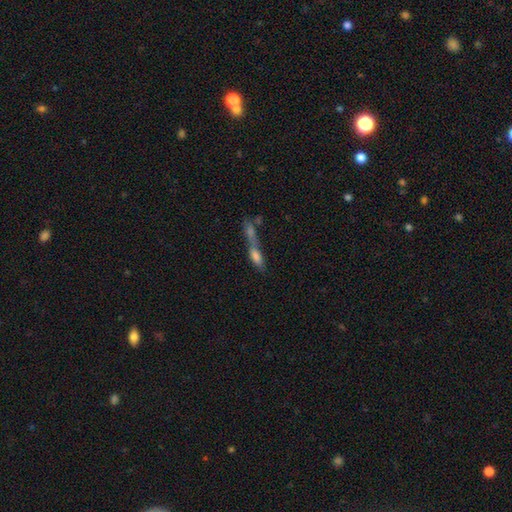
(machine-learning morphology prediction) smooth-or-featured: smooth: 59% | featured or disk: 29% | star or artifact: 12%
  how-rounded: cigar-shaped: 52% | in between: 43% | round: 5%
  merging: merger: 71% | none: 15% | major disturbance: 7% | minor disturbance: 6%